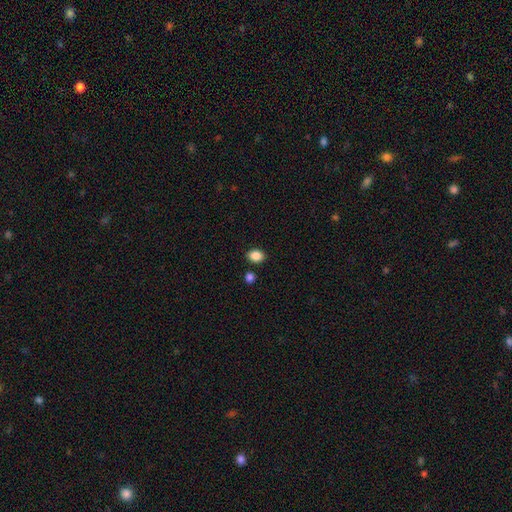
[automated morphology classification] smooth_or_featured: smooth (p=0.87) [alt: star or artifact p=0.10]
how_rounded: in between (p=0.59) [alt: round p=0.40]
merging: none (p=0.84) [alt: minor disturbance p=0.09]